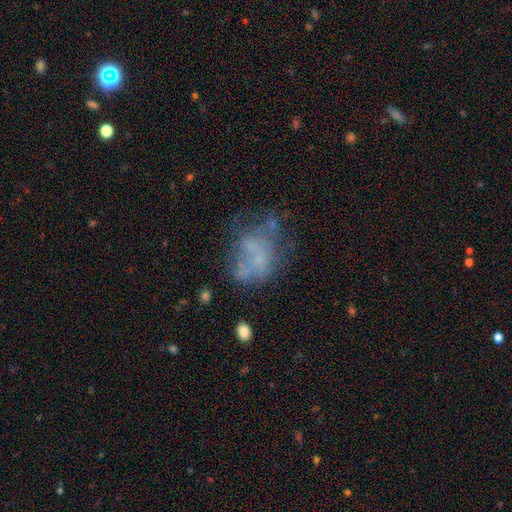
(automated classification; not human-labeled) The model was most divided on "merging": none: 38%, major disturbance: 29%, minor disturbance: 21%, merger: 11%. More confident: edge-on disk — no (98%); smooth or featured — featured or disk (50%).